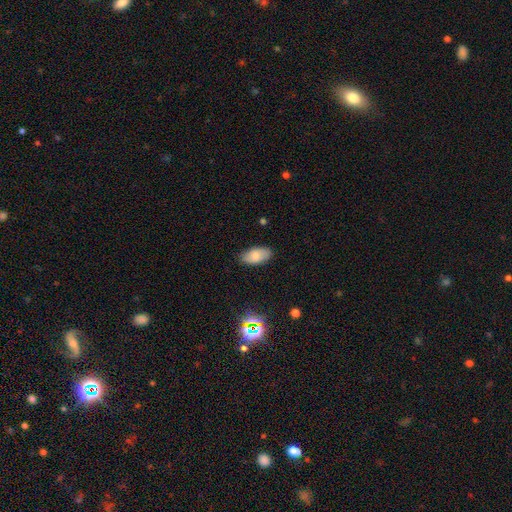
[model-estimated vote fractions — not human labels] smooth 75%, featured or disk 16%, star or artifact 9%. Down the decision tree: how rounded — in between (94%); merging — none (83%).